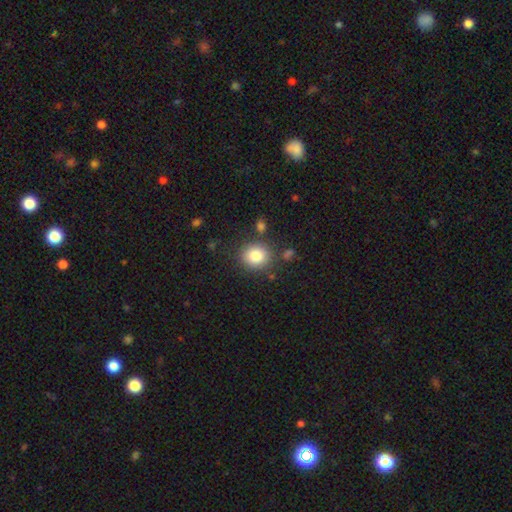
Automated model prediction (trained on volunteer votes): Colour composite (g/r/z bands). It shows a smooth galaxy with no disk features (83%) that is round (80%). Merging: none (83%).